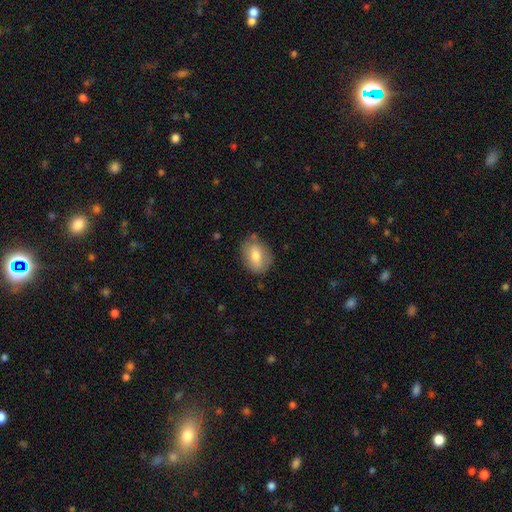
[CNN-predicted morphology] The model was most divided on "how rounded": in between: 72%, round: 26%, cigar-shaped: 2%. More confident: merging — none (77%); smooth or featured — smooth (70%).